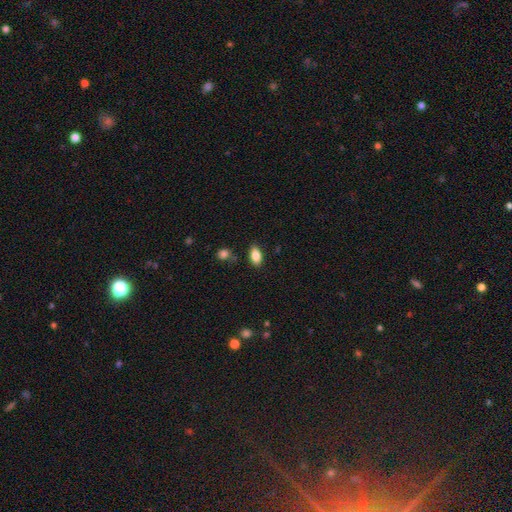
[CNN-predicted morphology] The model was most divided on "merging": none: 83%, minor disturbance: 12%, merger: 3%, major disturbance: 3%. More confident: how rounded — in between (90%); smooth or featured — smooth (83%).